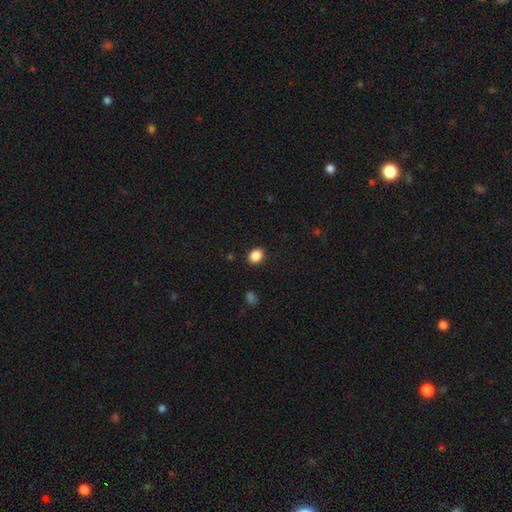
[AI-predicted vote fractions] Smooth or featured: smooth — 87% (star or artifact — 9%)
How rounded: round — 56% (in between — 43%)
Merging: none — 90% (minor disturbance — 7%)